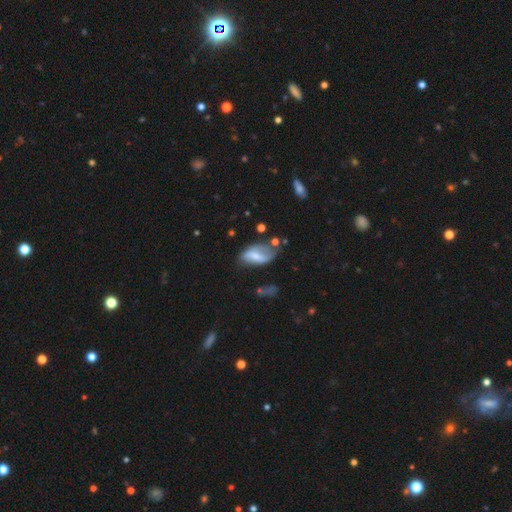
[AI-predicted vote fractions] The model was most divided on "merging": none: 37%, minor disturbance: 31%, major disturbance: 24%, merger: 8%. Remaining: smooth or featured — smooth (49%).